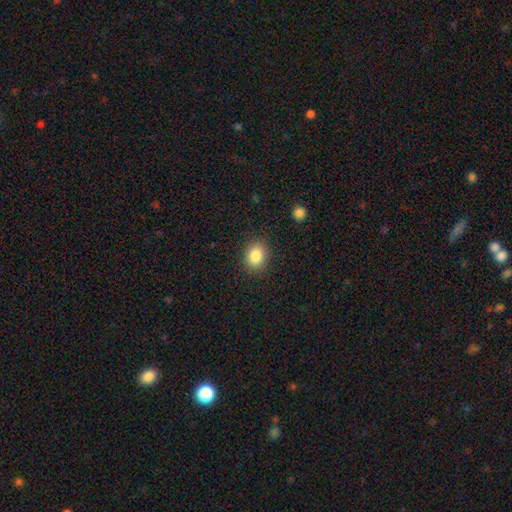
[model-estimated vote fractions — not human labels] smooth_or_featured: smooth (p=0.84) [alt: star or artifact p=0.10]
how_rounded: in between (p=0.53) [alt: round p=0.46]
merging: none (p=0.88) [alt: minor disturbance p=0.09]